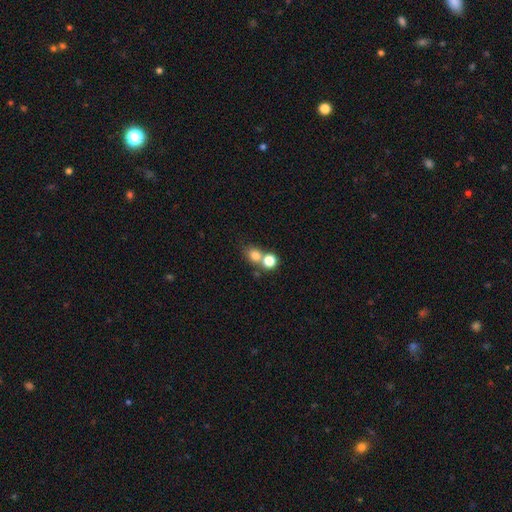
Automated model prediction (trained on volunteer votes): Morphology: type=smooth (77%); roundness=round (77%); merging=none (45%, tied with merger).